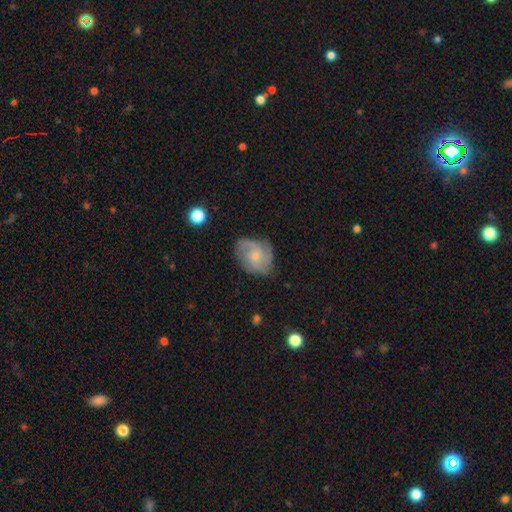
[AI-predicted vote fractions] This is likely a featured or disk galaxy (69%). It is clearly not viewed edge-on (98%). Bar: likely no (73%). Spiral arm pattern: clearly yes (91%). Spiral arm count: marginally 3 (37%). Spiral winding: possibly medium (46%). Central bulge: likely small (64%). Merging: likely none (65%).